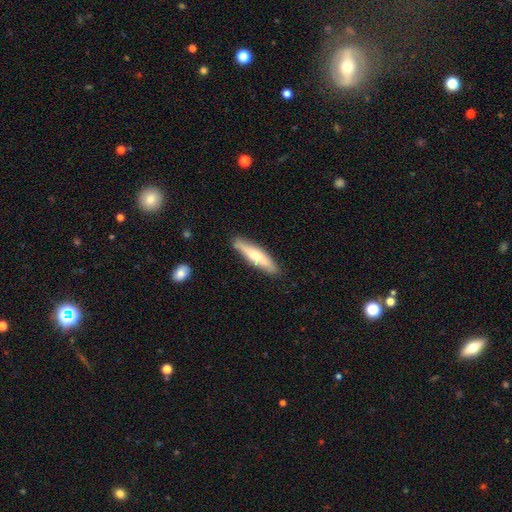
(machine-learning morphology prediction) This appears to be a smooth galaxy with no disk features (56%) that is cigar-shaped (81%). Merging: none (84%).